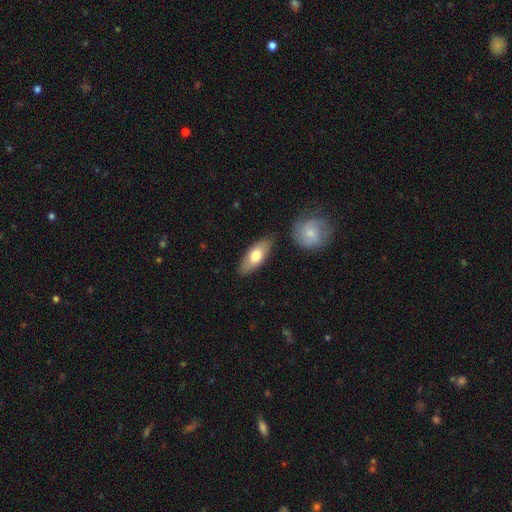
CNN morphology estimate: A smooth galaxy with no disk features (70%) that is in between round and cigar-shaped (78%).

Vote fractions:
- Smooth or featured? smooth: 70% / featured or disk: 25% / star or artifact: 5%
- How rounded? in between: 78% / cigar-shaped: 19% / round: 3%
- Merging? none: 82% / minor disturbance: 11% / merger: 5% / major disturbance: 2%